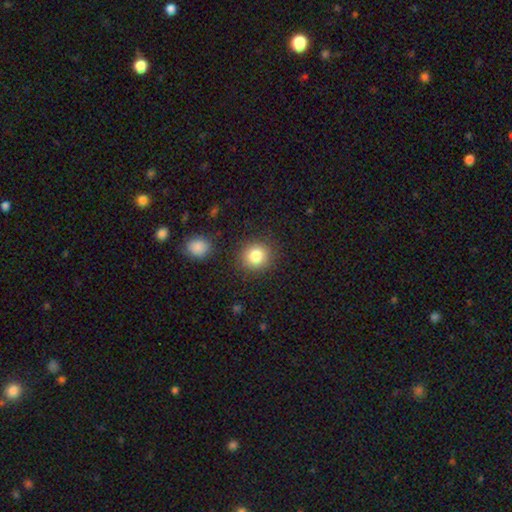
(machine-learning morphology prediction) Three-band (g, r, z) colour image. It shows a smooth galaxy with no disk features (83%) that is round (86%). Merging: none (86%).